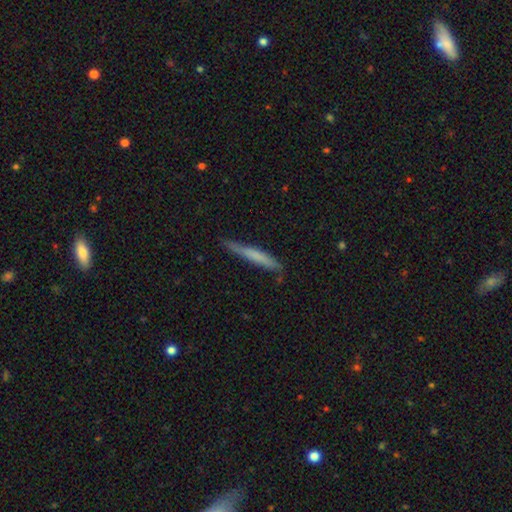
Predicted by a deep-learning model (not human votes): smooth_or_featured: smooth (p=0.62) [alt: featured or disk p=0.32]
how_rounded: cigar-shaped (p=0.95) [alt: in between p=0.03]
merging: none (p=0.79) [alt: minor disturbance p=0.17]